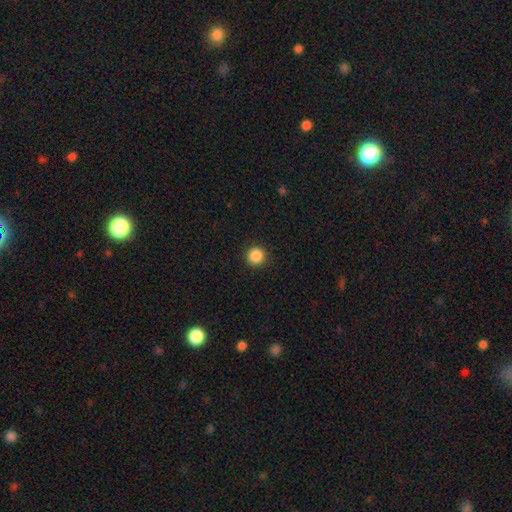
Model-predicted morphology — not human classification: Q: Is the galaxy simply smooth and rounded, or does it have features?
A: smooth — 87%.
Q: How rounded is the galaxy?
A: round — 95%.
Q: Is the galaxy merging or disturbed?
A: none — 92%.